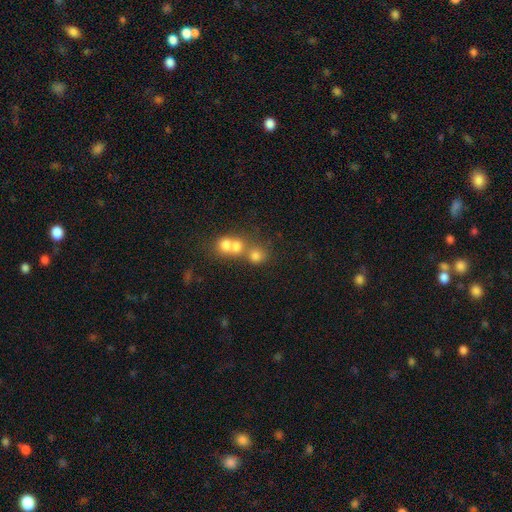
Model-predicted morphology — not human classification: A smooth galaxy with no disk features (71%) that is round (83%).

Vote fractions:
- Smooth or featured? smooth: 71% / star or artifact: 15% / featured or disk: 13%
- How rounded? round: 83% / in between: 16% / cigar-shaped: 1%
- Merging? merger: 48% / none: 41% / minor disturbance: 6% / major disturbance: 4%